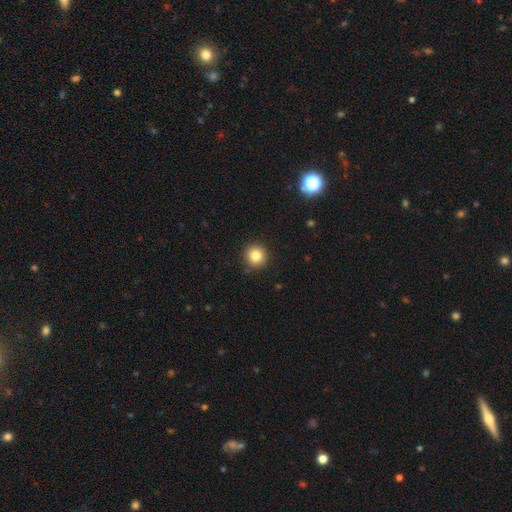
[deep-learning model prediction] Morphology: type=smooth (83%); roundness=round (94%); merging=none (90%).